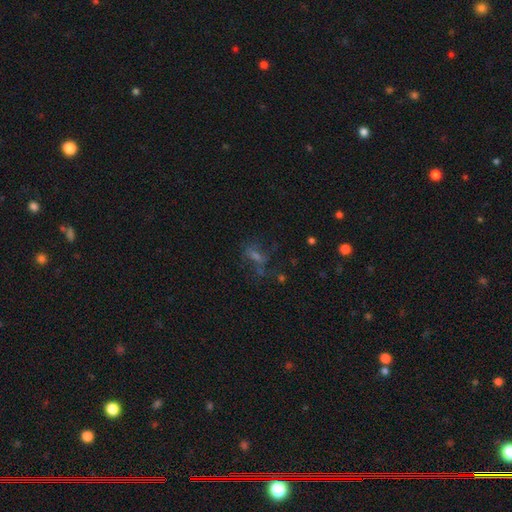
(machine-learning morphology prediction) star or artifact 36%, smooth 33%, featured or disk 31%.